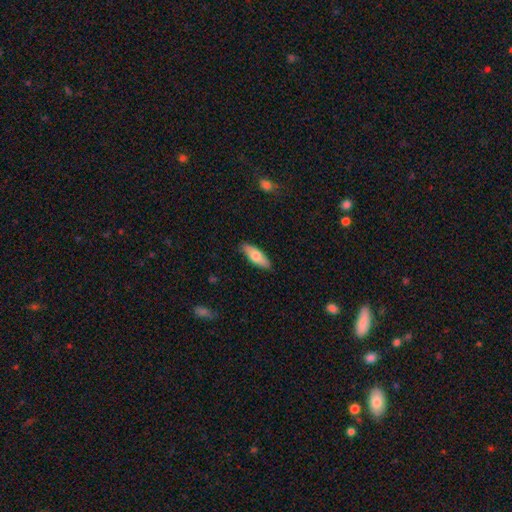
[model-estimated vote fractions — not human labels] smooth 71%, featured or disk 23%, star or artifact 6%. Down the decision tree: how rounded — in between (64%); merging — none (87%).